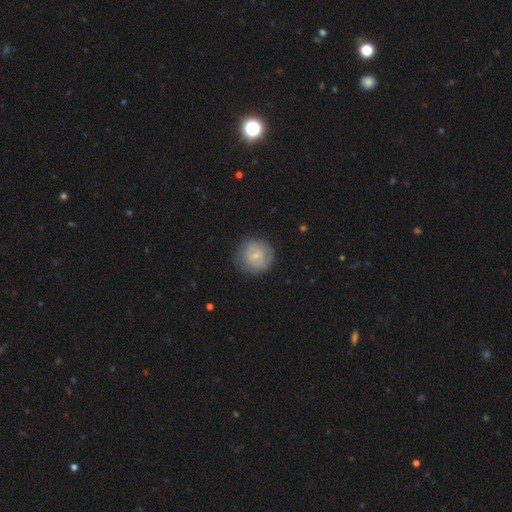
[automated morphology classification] smooth 64%, featured or disk 28%, star or artifact 7%. Down the decision tree: how rounded — round (93%); merging — none (82%).